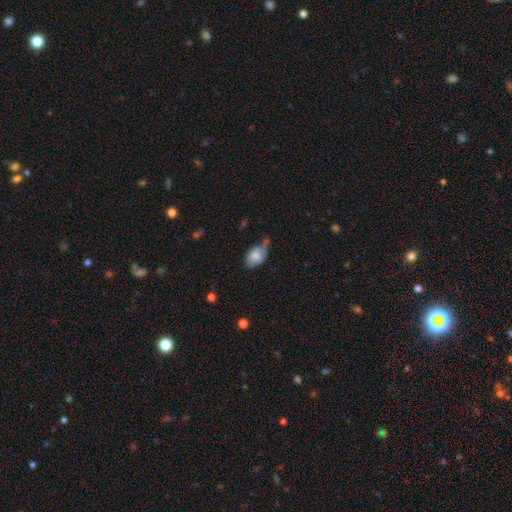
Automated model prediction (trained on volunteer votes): Smooth or featured?
  - smooth: 79% *
  - featured or disk: 13%
  - star or artifact: 8%
How rounded?
  - in between: 85% *
  - round: 13%
  - cigar-shaped: 2%
Merging?
  - none: 42% *
  - minor disturbance: 33%
  - merger: 14%
  - major disturbance: 10%